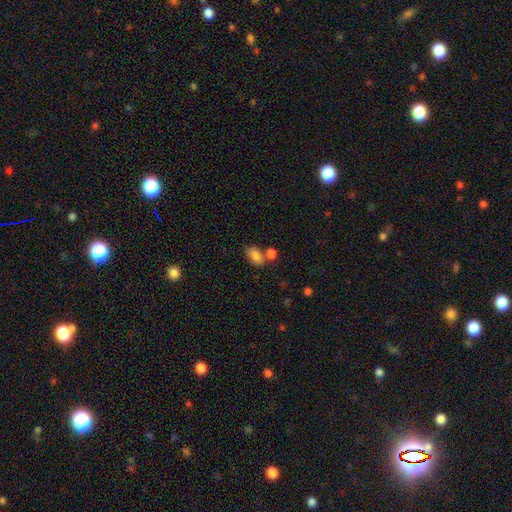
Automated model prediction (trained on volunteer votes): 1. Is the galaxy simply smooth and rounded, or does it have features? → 83% smooth, 9% star or artifact, 8% featured or disk.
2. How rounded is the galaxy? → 88% in between, 10% round, 2% cigar-shaped.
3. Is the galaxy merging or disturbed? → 54% none, 27% merger, 14% minor disturbance, 5% major disturbance.